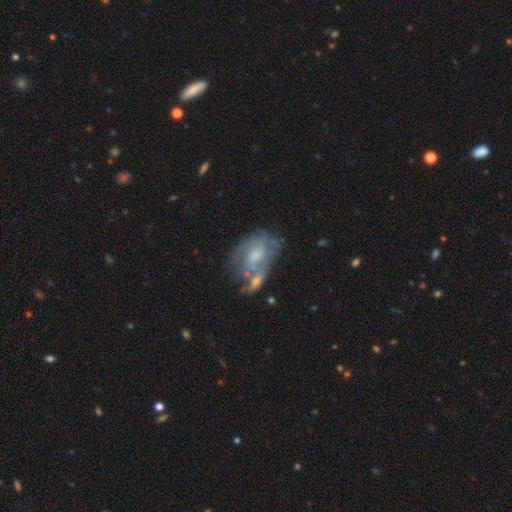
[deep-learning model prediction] Smooth or featured? Predicted: featured or disk (p=0.58). Edge-on disk? Predicted: no (p=0.96). Bar? Predicted: no (p=0.62). Spiral arms? Predicted: no (p=0.51). Bulge size? Predicted: moderate (p=0.42). Merging? Predicted: merger (p=0.34).